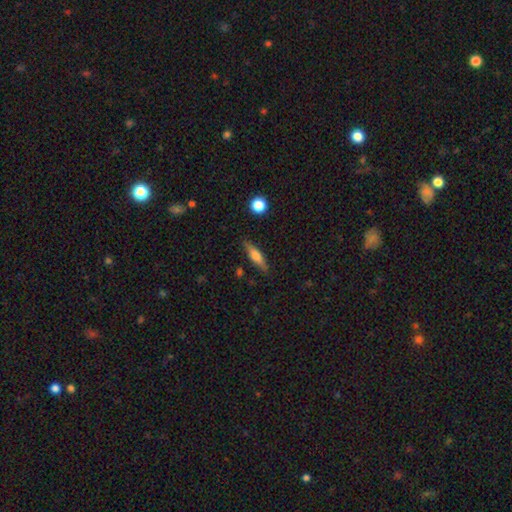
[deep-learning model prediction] This is possibly a smooth galaxy (50%). How rounded: likely cigar-shaped (72%). Merging: clearly none (86%).